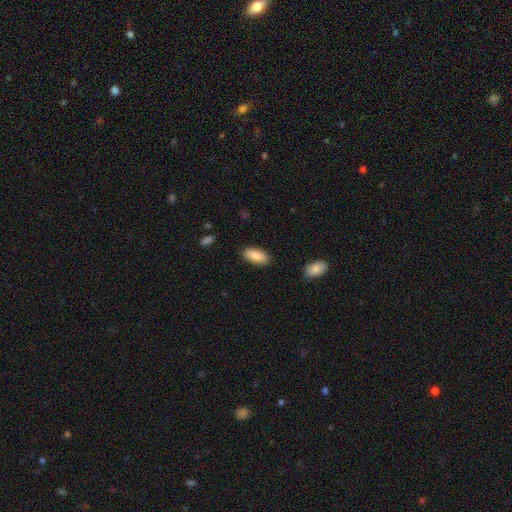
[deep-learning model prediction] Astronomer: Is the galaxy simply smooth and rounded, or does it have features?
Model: smooth — 88%.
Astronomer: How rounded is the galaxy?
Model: in between — 87%.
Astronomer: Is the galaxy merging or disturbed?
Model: none — 87%.